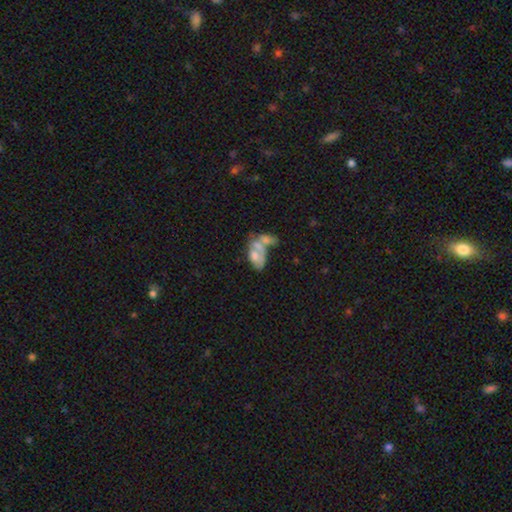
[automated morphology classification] Smooth or featured? Predicted: smooth (p=0.56). How rounded? Predicted: in between (p=0.91). Merging? Predicted: merger (p=0.62).